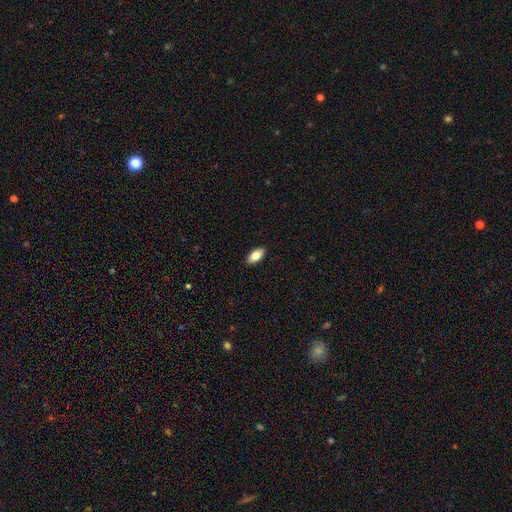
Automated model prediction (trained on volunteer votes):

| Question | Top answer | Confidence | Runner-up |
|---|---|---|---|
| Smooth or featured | smooth | 80% | featured or disk (13%) |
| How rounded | in between | 90% | cigar-shaped (7%) |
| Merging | none | 89% | minor disturbance (8%) |